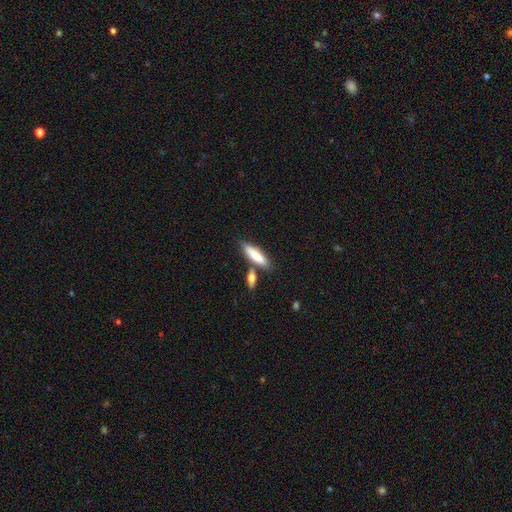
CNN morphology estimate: The model was most divided on "how rounded": cigar-shaped: 62%, in between: 36%, round: 2%. More confident: smooth or featured — smooth (82%); merging — none (67%).